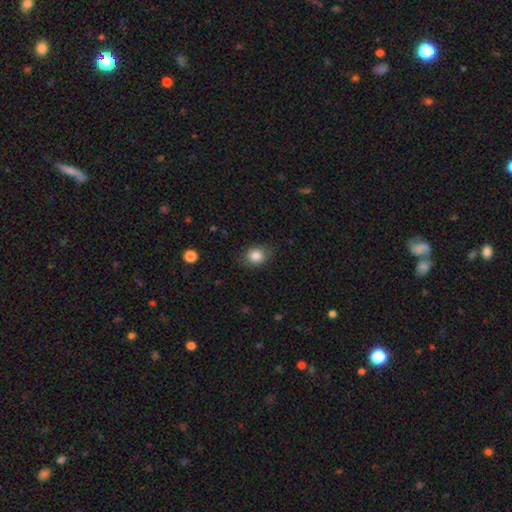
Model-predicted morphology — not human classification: This is clearly a smooth galaxy (84%). How rounded: possibly round (57%). Merging: clearly none (80%).